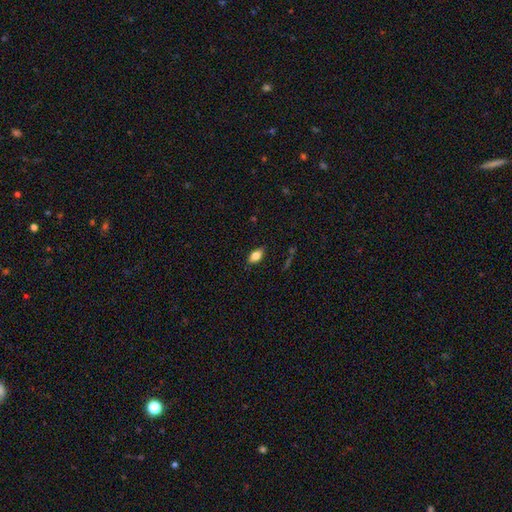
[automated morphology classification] Smooth or featured? smooth (76%)
How rounded? in between (87%)
Merging? none (84%)